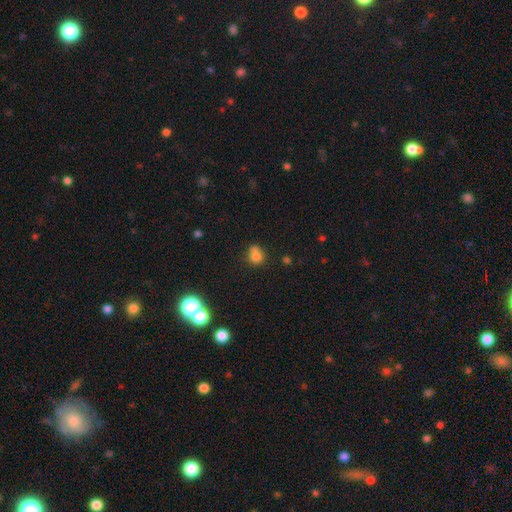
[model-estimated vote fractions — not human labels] Smooth or featured? smooth (75%)
How rounded? round (72%)
Merging? none (44%)